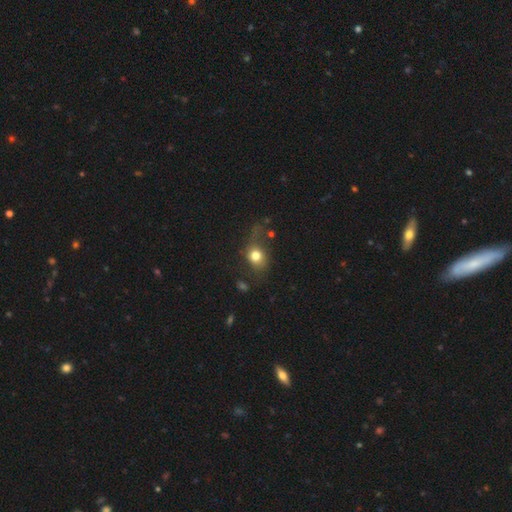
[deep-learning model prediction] smooth-or-featured: smooth: 76% | featured or disk: 13% | star or artifact: 11%
  how-rounded: round: 59% | in between: 39% | cigar-shaped: 2%
  merging: none: 50% | minor disturbance: 25% | major disturbance: 21% | merger: 5%